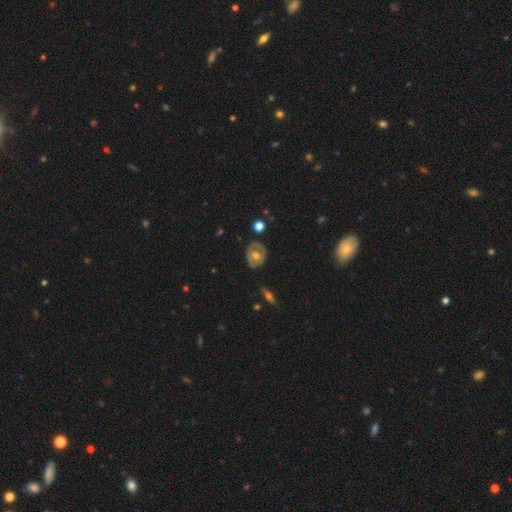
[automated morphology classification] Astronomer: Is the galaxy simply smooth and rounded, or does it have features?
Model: featured or disk — 54% (runner-up: smooth, 39%).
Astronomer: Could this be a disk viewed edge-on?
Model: no — 91%.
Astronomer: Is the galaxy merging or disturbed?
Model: none — 75%.